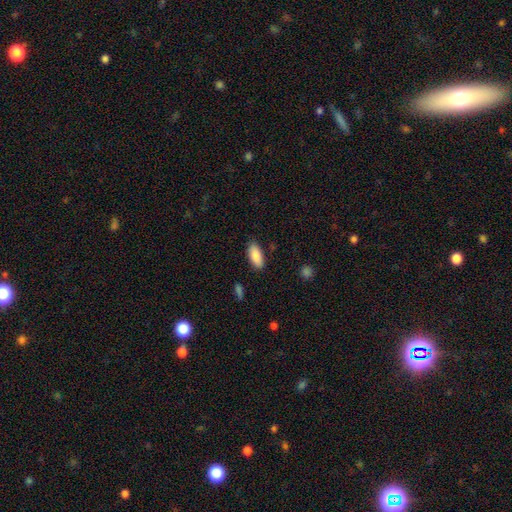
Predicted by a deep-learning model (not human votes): A smooth galaxy with no disk features (87%) that is in between round and cigar-shaped (87%). Merging: none (86%).